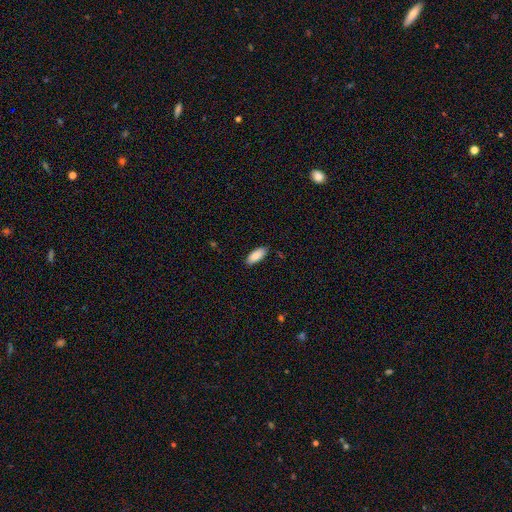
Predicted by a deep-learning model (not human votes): Q: Smooth or featured?
A: smooth (88%); runner-up: star or artifact (6%)
Q: How rounded?
A: in between (84%); runner-up: cigar-shaped (14%)
Q: Merging?
A: none (86%); runner-up: minor disturbance (11%)